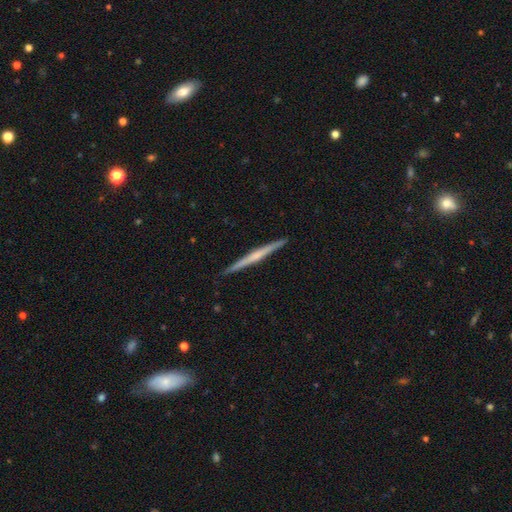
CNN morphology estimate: A featured or disk galaxy (65%) viewed edge-on (98%) with no central bulge (51%). Merging: none (92%).